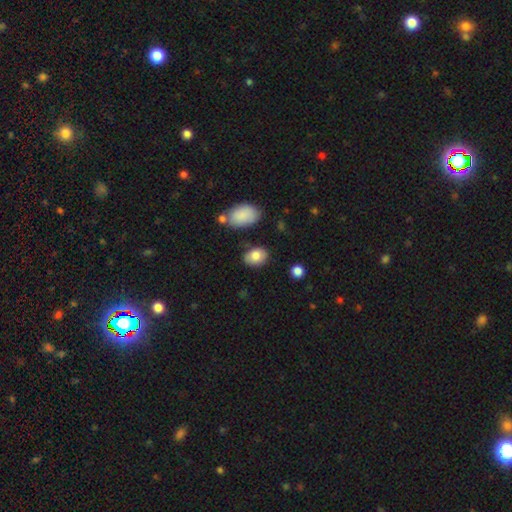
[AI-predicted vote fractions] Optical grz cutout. It shows a smooth galaxy with no disk features (82%) that is in between round and cigar-shaped (77%). Merging: none (74%).